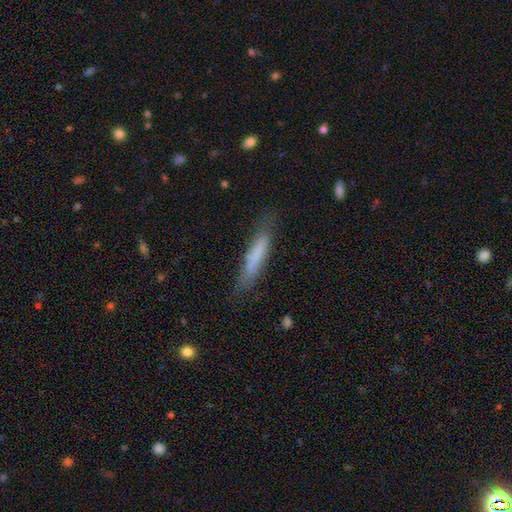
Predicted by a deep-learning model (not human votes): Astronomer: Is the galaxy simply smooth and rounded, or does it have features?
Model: smooth — 69%.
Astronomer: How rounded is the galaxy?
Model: cigar-shaped — 88%.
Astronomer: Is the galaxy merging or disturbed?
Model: none — 74%.